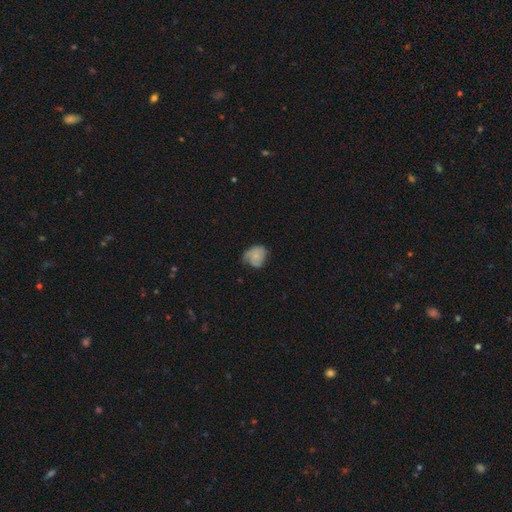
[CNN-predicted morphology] This appears to be a smooth galaxy with no disk features (51%) that is round (57%). Merging: none (45%).